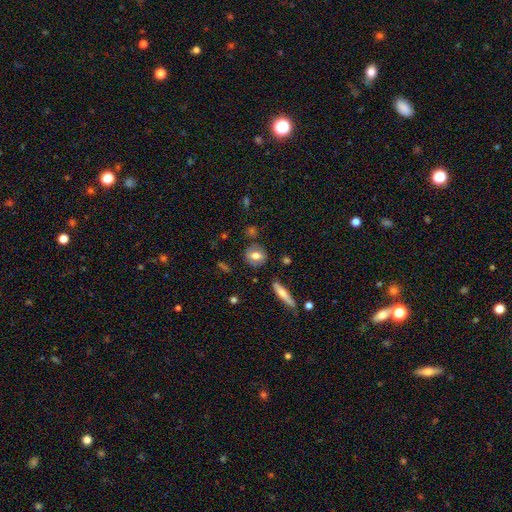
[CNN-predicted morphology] smooth_or_featured: smooth (p=0.67) [alt: featured or disk p=0.25]
how_rounded: round (p=0.62) [alt: in between p=0.34]
merging: none (p=0.82) [alt: minor disturbance p=0.11]